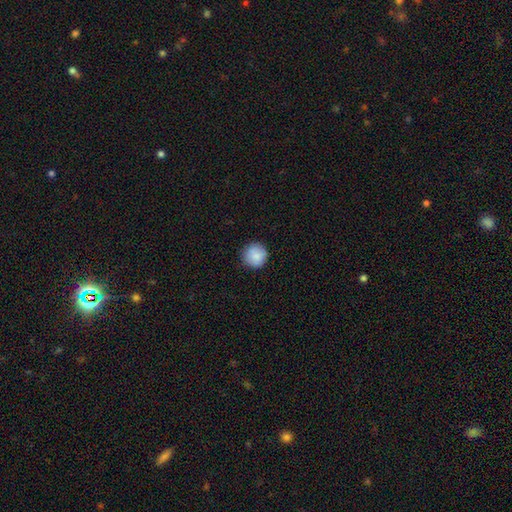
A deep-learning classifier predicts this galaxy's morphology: smooth-or-featured: smooth: 86% | star or artifact: 8% | featured or disk: 6%
  how-rounded: round: 95% | in between: 4% | cigar-shaped: 1%
  merging: none: 87% | minor disturbance: 9% | major disturbance: 2% | merger: 1%